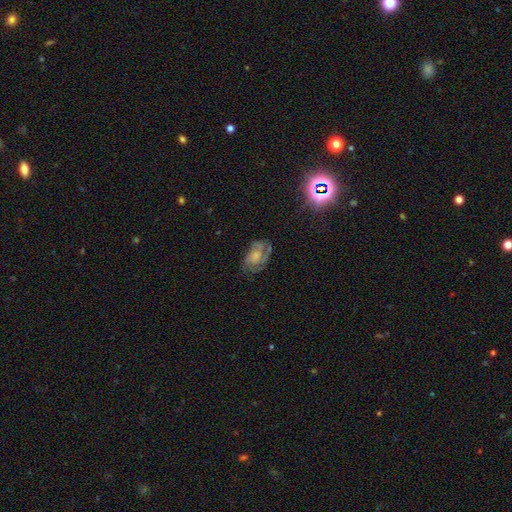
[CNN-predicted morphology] Smooth or featured? Predicted: featured or disk (p=0.64). Edge-on disk? Predicted: no (p=0.97). Bar? Predicted: no (p=0.75). Spiral arms? Predicted: yes (p=0.84). Spiral winding? Predicted: tight (p=0.44). Spiral arm count? Predicted: can't tell (p=0.33). Bulge size? Predicted: small (p=0.49). Merging? Predicted: none (p=0.56).